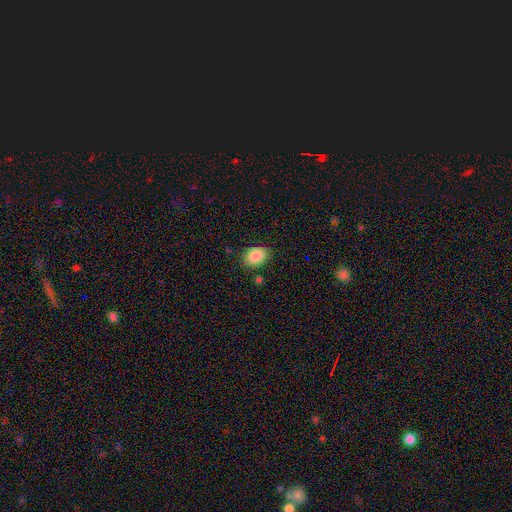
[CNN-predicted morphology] Smooth or featured? smooth (87%)
How rounded? in between (77%)
Merging? none (79%)